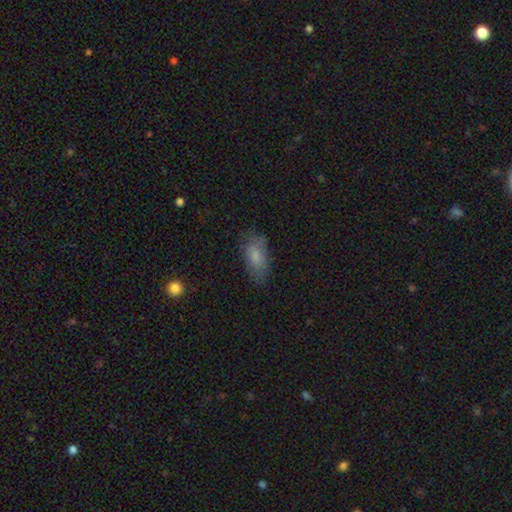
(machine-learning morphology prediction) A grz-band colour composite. It shows a smooth galaxy with no disk features (78%) that is in between round and cigar-shaped (88%). Merging: none (72%).